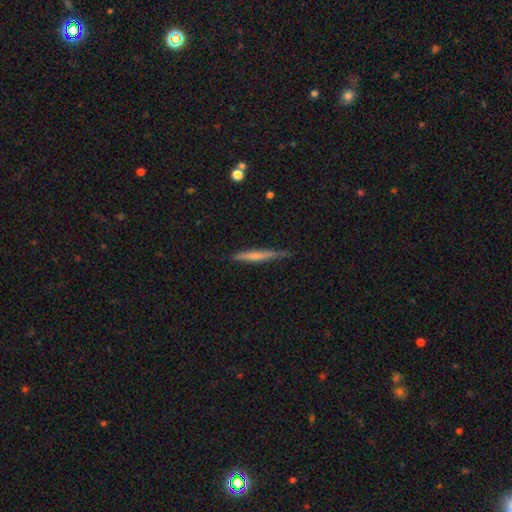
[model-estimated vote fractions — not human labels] A smooth galaxy with no disk features (55%) that is cigar-shaped (95%). Merging: none (78%).